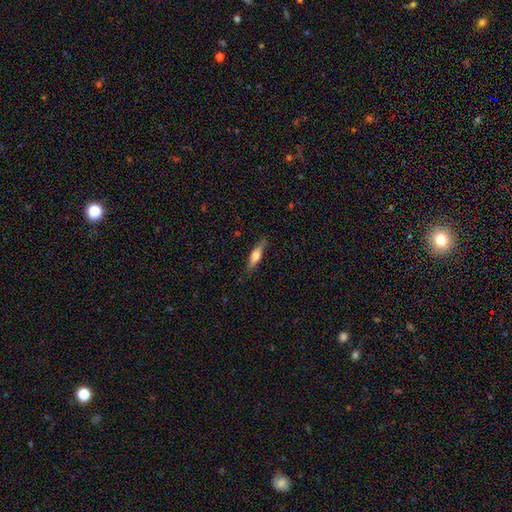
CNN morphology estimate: A smooth galaxy with no disk features (56%) that is cigar-shaped (69%). Merging: none (82%).